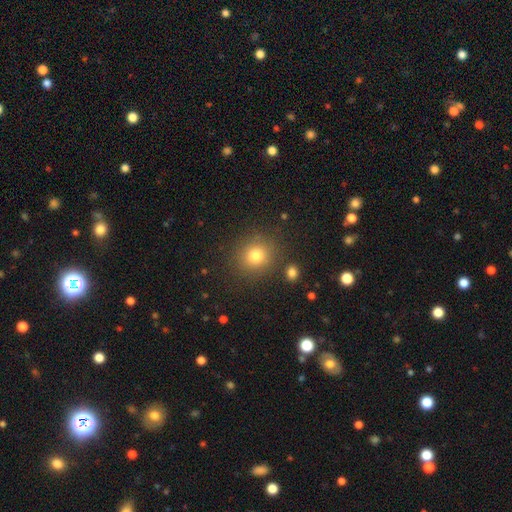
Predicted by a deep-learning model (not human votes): Morphology: type=smooth (78%); roundness=round (85%); merging=none (86%).